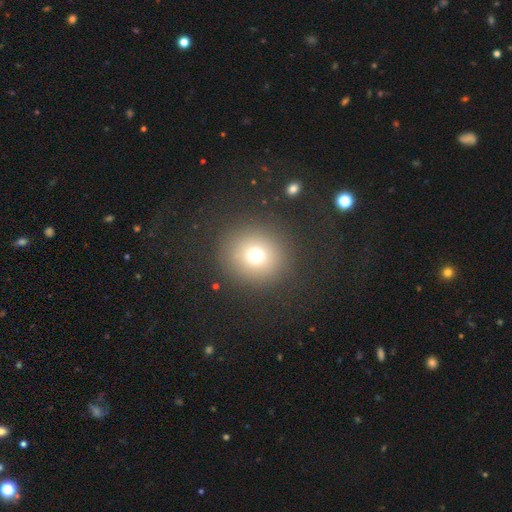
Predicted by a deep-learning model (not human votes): smooth-or-featured: smooth: 71% | star or artifact: 19% | featured or disk: 10%
  how-rounded: round: 90% | in between: 9% | cigar-shaped: 1%
  merging: none: 86% | minor disturbance: 7% | major disturbance: 5% | merger: 2%